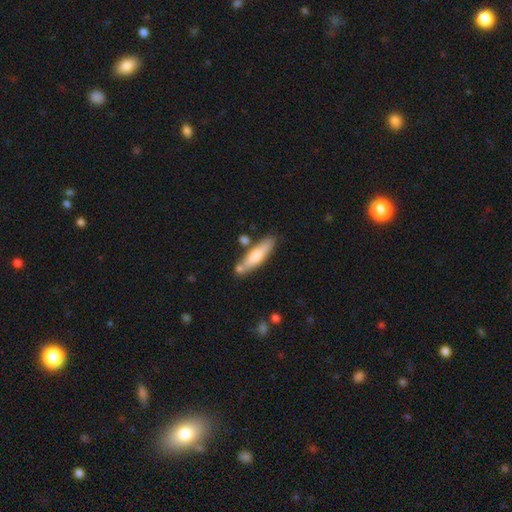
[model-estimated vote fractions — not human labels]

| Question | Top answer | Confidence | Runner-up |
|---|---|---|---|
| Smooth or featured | smooth | 60% | featured or disk (34%) |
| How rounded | cigar-shaped | 76% | in between (23%) |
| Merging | none | 73% | minor disturbance (14%) |